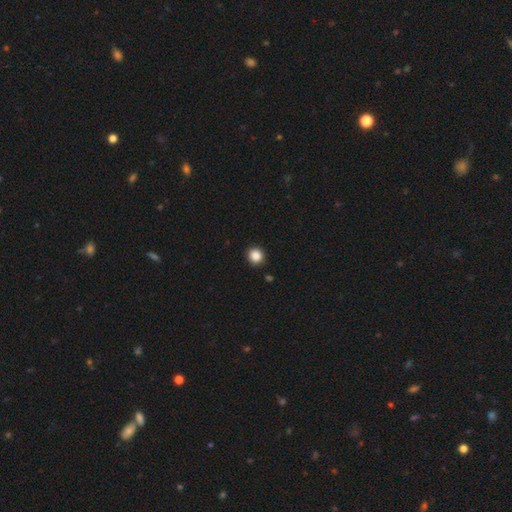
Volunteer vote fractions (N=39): Volunteers were most divided on "how rounded": round: 89%, in between: 11%, cigar-shaped: 0%. More confident: merging — none (97%); smooth or featured — smooth (90%).